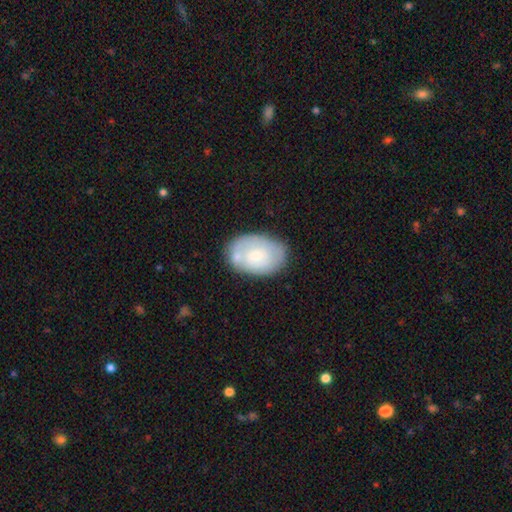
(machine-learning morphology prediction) This is possibly a smooth galaxy (59%). How rounded: clearly in between (85%). Merging: likely none (62%).